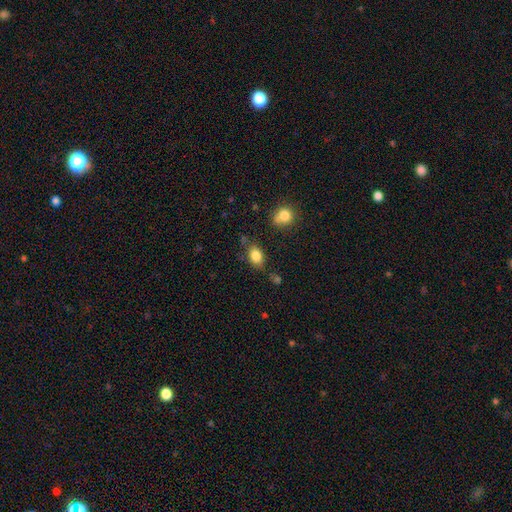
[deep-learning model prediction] Smooth or featured?
  - smooth: 84% *
  - star or artifact: 9%
  - featured or disk: 7%
How rounded?
  - in between: 80% *
  - round: 19%
  - cigar-shaped: 2%
Merging?
  - none: 73% *
  - minor disturbance: 17%
  - merger: 6%
  - major disturbance: 4%